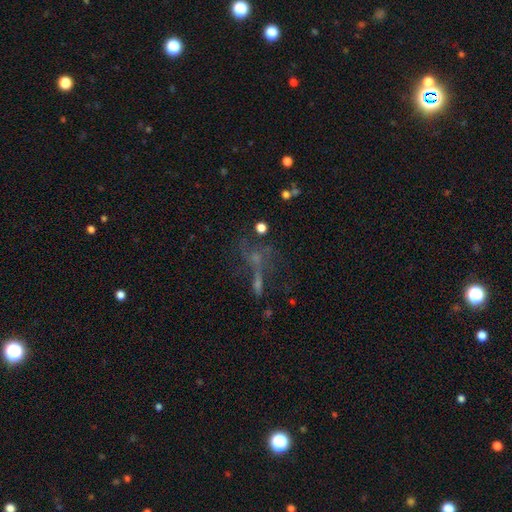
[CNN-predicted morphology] Smooth or featured: star or artifact — 38% (featured or disk — 37%)